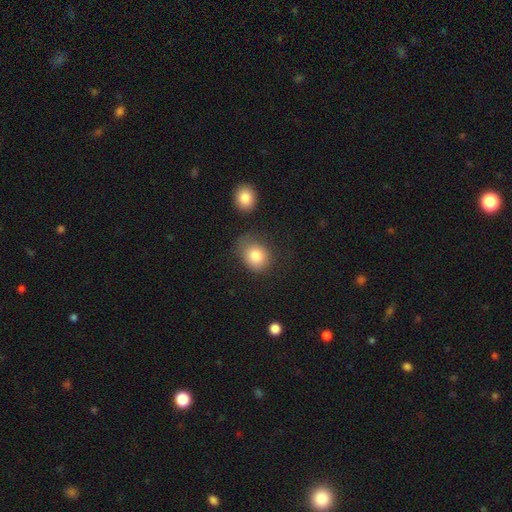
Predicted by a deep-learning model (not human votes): The model was most divided on "how rounded": round: 62%, in between: 37%, cigar-shaped: 1%. More confident: smooth or featured — smooth (82%); merging — none (62%).